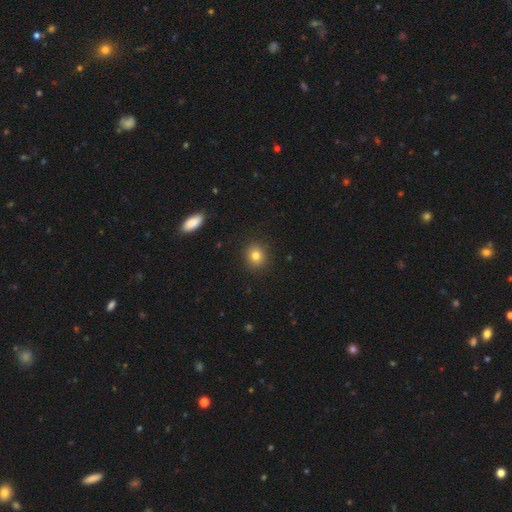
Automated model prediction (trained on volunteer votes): Smooth or featured? Predicted: smooth (p=0.80). How rounded? Predicted: round (p=0.81). Merging? Predicted: none (p=0.90).